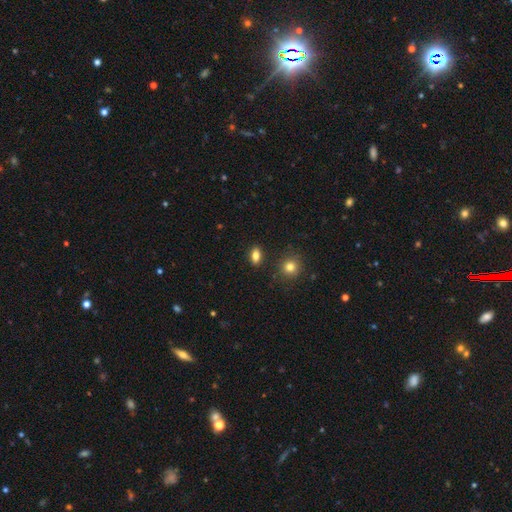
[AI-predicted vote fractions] Smooth or featured: smooth — 83% (star or artifact — 10%)
How rounded: in between — 84% (round — 12%)
Merging: none — 88% (minor disturbance — 8%)